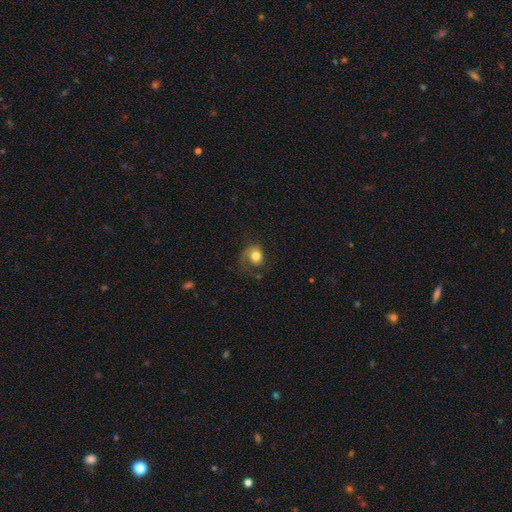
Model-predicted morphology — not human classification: A smooth galaxy with no disk features (68%) that is round (69%).

Vote fractions:
- Smooth or featured? smooth: 68% / featured or disk: 23% / star or artifact: 9%
- How rounded? round: 69% / in between: 30% / cigar-shaped: 1%
- Merging? none: 47% / major disturbance: 28% / minor disturbance: 23% / merger: 2%